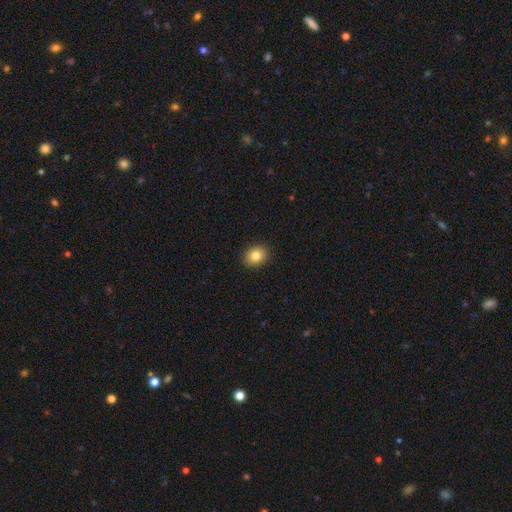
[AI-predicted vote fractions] The model was most divided on "how rounded": round: 55%, in between: 44%, cigar-shaped: 1%. More confident: merging — none (91%); smooth or featured — smooth (83%).